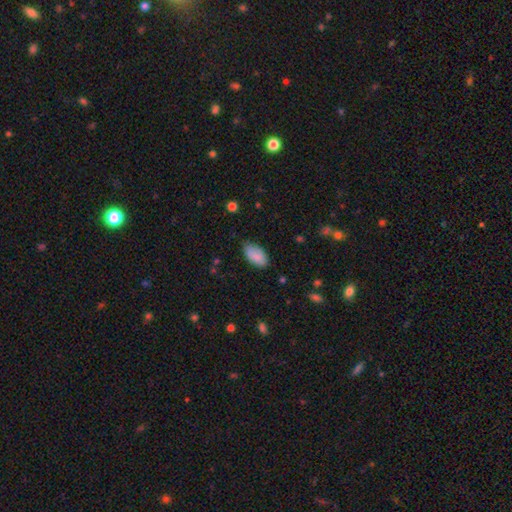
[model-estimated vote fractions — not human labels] smooth-or-featured: smooth: 88% | star or artifact: 7% | featured or disk: 6%
  how-rounded: in between: 94% | cigar-shaped: 3% | round: 3%
  merging: none: 76% | minor disturbance: 19% | major disturbance: 3% | merger: 1%